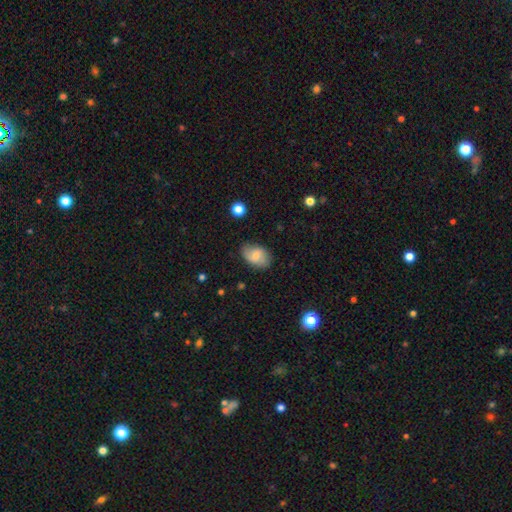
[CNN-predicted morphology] A smooth galaxy with no disk features (69%) that is in between round and cigar-shaped (86%). Merging: none (73%).